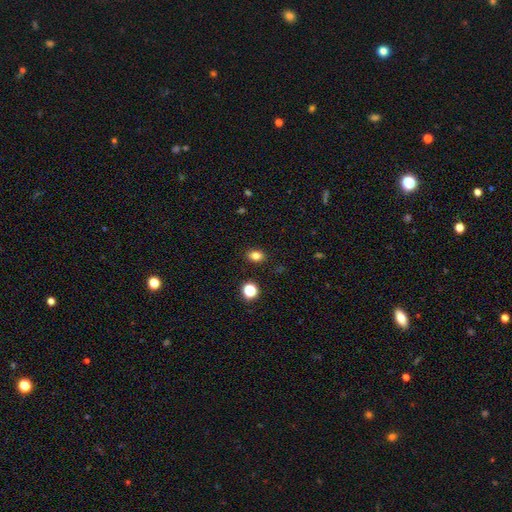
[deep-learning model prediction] A smooth galaxy with no disk features (81%) that is in between round and cigar-shaped (66%). Merging: none (88%).